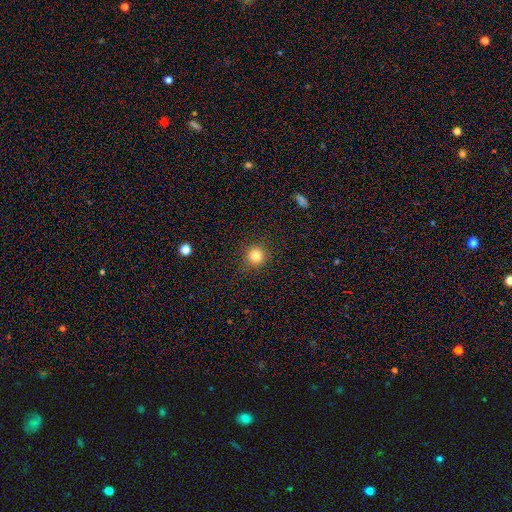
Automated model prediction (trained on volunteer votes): smooth-or-featured: smooth: 83% | star or artifact: 12% | featured or disk: 5%
  how-rounded: round: 94% | in between: 5% | cigar-shaped: 1%
  merging: none: 90% | minor disturbance: 6% | major disturbance: 2% | merger: 1%